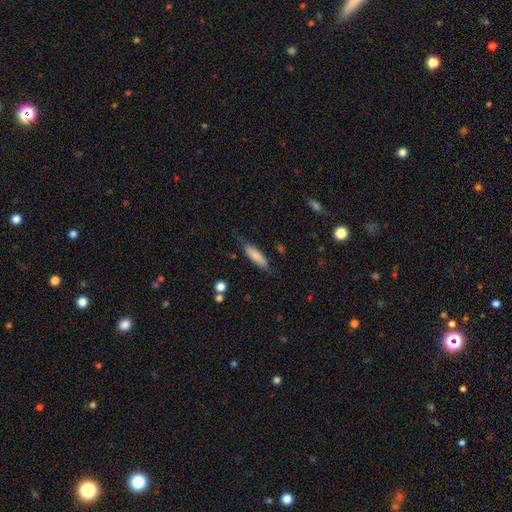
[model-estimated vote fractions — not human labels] This appears to be a smooth galaxy with no disk features (81%) that is cigar-shaped (60%). Merging: none (75%).